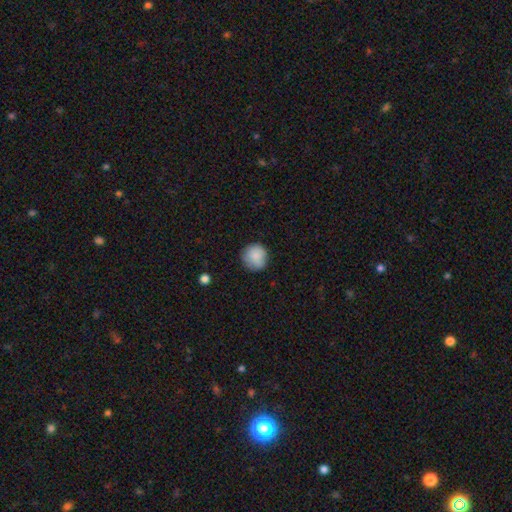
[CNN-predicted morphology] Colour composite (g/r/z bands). It shows a smooth galaxy with no disk features (86%) that is round (92%). Merging: none (80%).